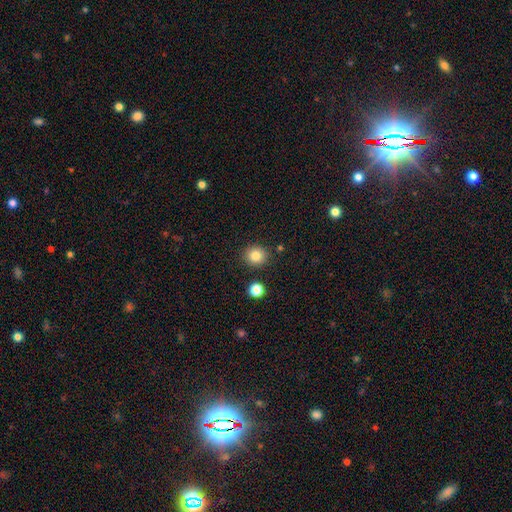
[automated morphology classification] Q: Smooth or featured?
A: smooth (83%); runner-up: star or artifact (11%)
Q: How rounded?
A: round (87%); runner-up: in between (12%)
Q: Merging?
A: none (87%); runner-up: minor disturbance (7%)